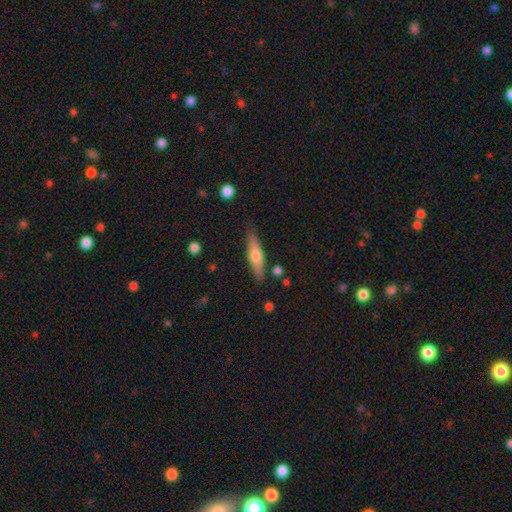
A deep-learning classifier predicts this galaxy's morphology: Smooth or featured: smooth — 51% (featured or disk — 43%)
How rounded: cigar-shaped — 69% (in between — 28%)
Merging: none — 84% (minor disturbance — 11%)